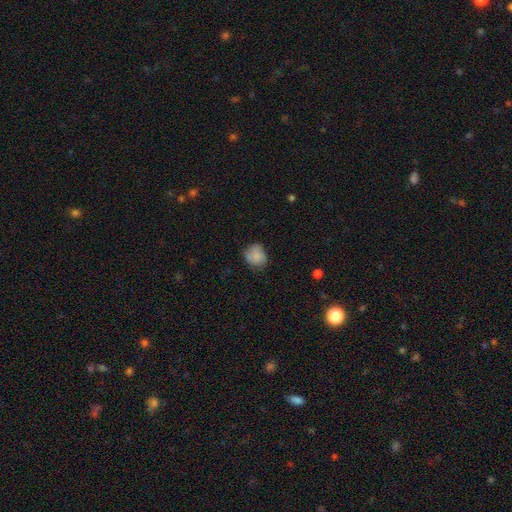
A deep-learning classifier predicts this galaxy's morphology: Q: Smooth or featured?
A: smooth (80%); runner-up: featured or disk (11%)
Q: How rounded?
A: round (74%); runner-up: in between (25%)
Q: Merging?
A: none (63%); runner-up: minor disturbance (28%)